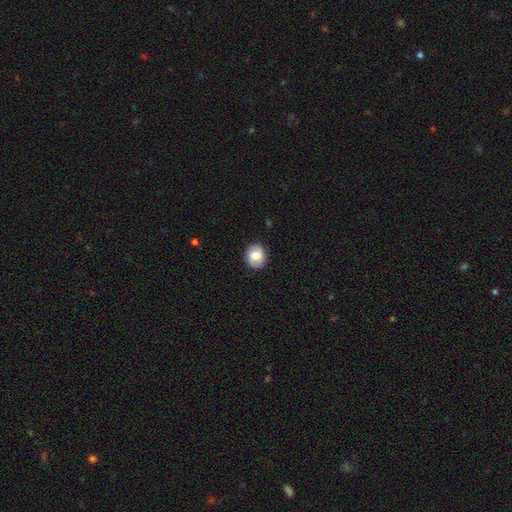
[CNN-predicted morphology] Smooth or featured? Predicted: smooth (p=0.73). How rounded? Predicted: round (p=0.68). Merging? Predicted: none (p=0.85).